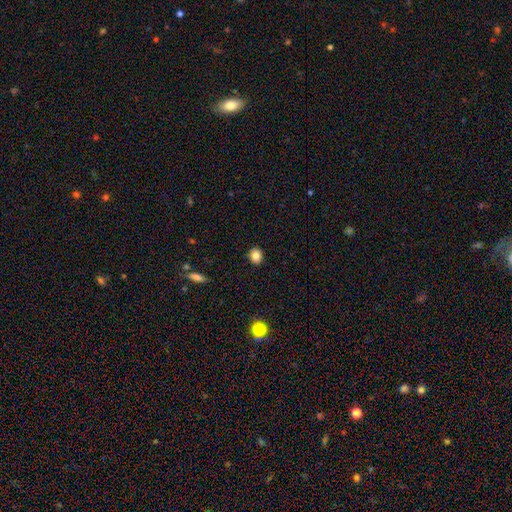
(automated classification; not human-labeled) Smooth or featured: smooth — 83% (star or artifact — 10%)
How rounded: round — 64% (in between — 34%)
Merging: none — 88% (minor disturbance — 9%)